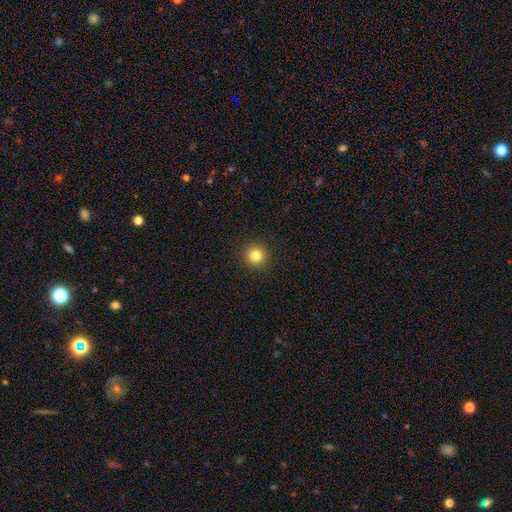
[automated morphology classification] This is clearly a smooth galaxy (81%). How rounded: clearly round (95%). Merging: clearly none (92%).